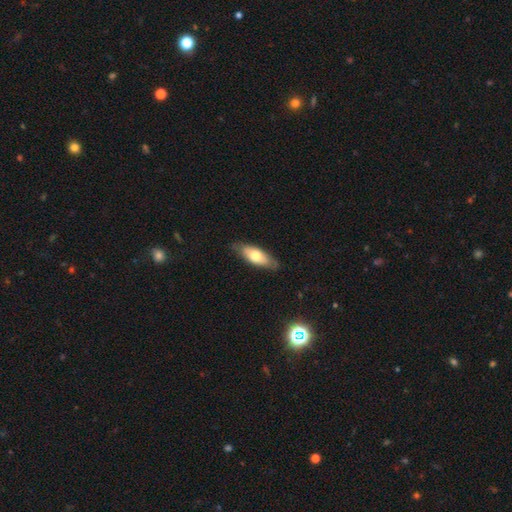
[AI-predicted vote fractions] Smooth or featured?
  - smooth: 61% *
  - featured or disk: 33%
  - star or artifact: 6%
How rounded?
  - in between: 73% *
  - cigar-shaped: 25%
  - round: 2%
Merging?
  - none: 81% *
  - minor disturbance: 16%
  - major disturbance: 3%
  - merger: 1%